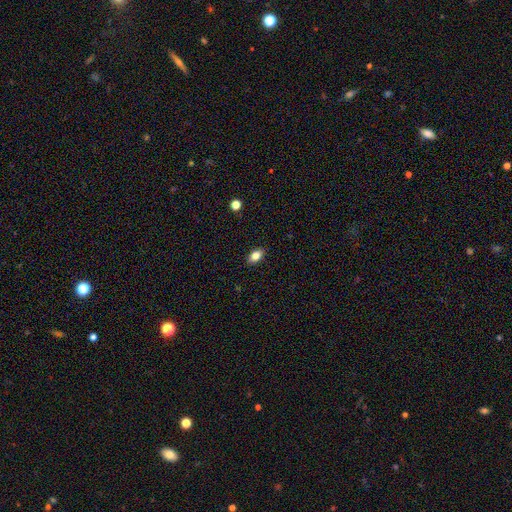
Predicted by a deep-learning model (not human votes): A smooth galaxy with no disk features (81%) that is in between round and cigar-shaped (88%).

Vote fractions:
- Smooth or featured? smooth: 81% / featured or disk: 10% / star or artifact: 9%
- How rounded? in between: 88% / round: 8% / cigar-shaped: 4%
- Merging? none: 89% / minor disturbance: 9% / major disturbance: 2% / merger: 1%